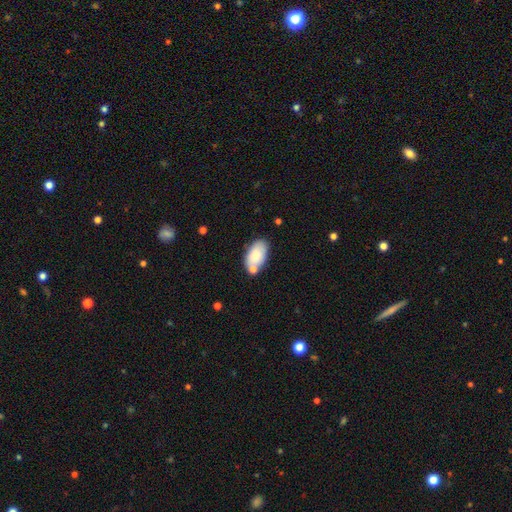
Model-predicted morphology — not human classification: smooth 82%, featured or disk 11%, star or artifact 7%. Down the decision tree: how rounded — in between (94%); merging — none (64%).